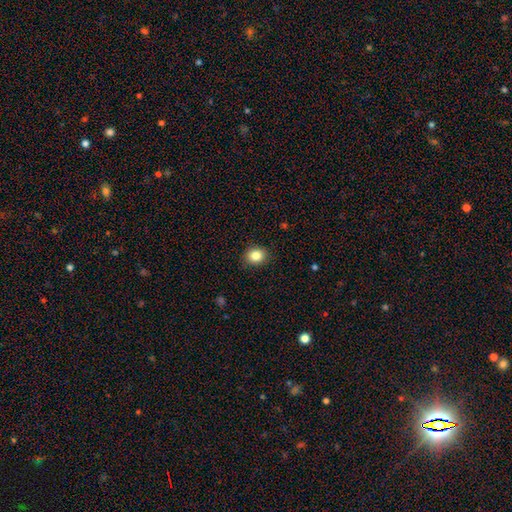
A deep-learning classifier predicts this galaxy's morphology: smooth_or_featured: smooth (p=0.84) [alt: star or artifact p=0.10]
how_rounded: round (p=0.65) [alt: in between p=0.34]
merging: none (p=0.89) [alt: minor disturbance p=0.08]